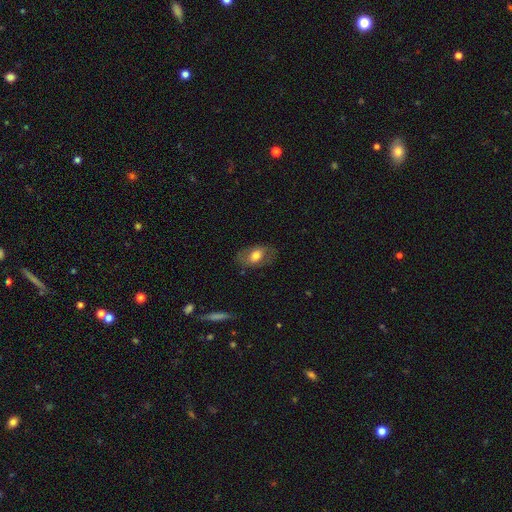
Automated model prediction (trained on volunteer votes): Smooth or featured: smooth — 59% (featured or disk — 33%)
How rounded: in between — 86% (round — 12%)
Merging: none — 74% (minor disturbance — 17%)